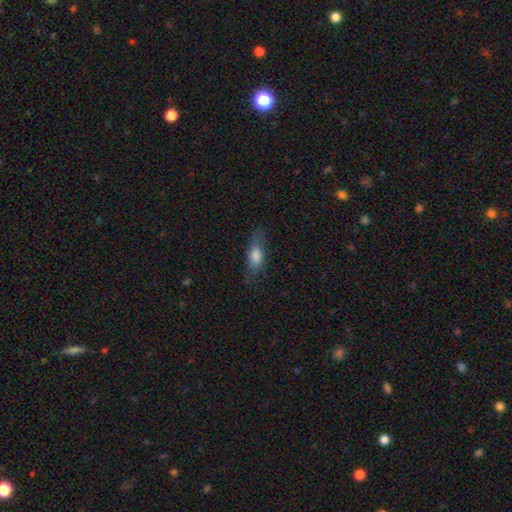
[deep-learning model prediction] A smooth galaxy with no disk features (76%) that is in between round and cigar-shaped (73%).

Vote fractions:
- Smooth or featured? smooth: 76% / featured or disk: 16% / star or artifact: 8%
- How rounded? in between: 73% / cigar-shaped: 21% / round: 5%
- Merging? none: 68% / minor disturbance: 22% / major disturbance: 8% / merger: 1%